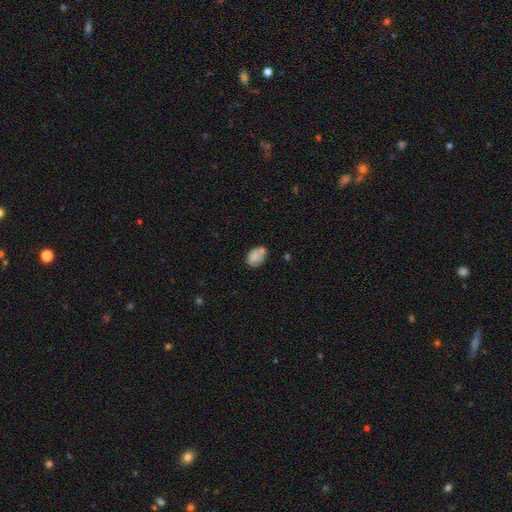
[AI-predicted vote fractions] Smooth or featured: smooth — 77% (featured or disk — 15%)
How rounded: in between — 83% (round — 16%)
Merging: none — 55% (minor disturbance — 25%)